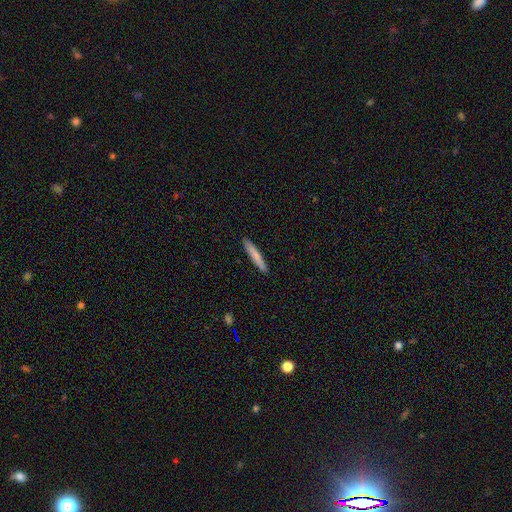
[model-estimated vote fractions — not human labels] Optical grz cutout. It shows a smooth galaxy with no disk features (77%) that is cigar-shaped (95%). Merging: none (91%).